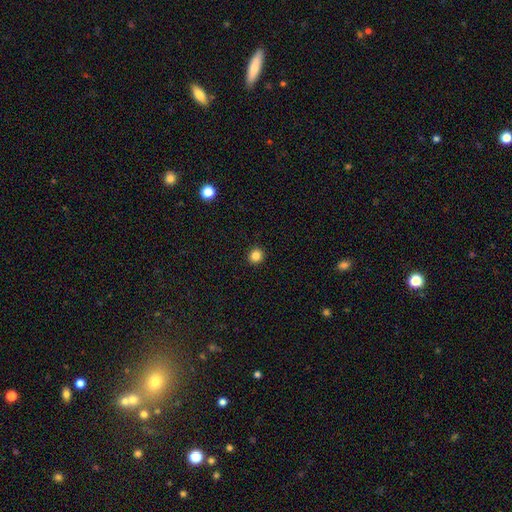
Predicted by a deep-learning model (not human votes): Q: Smooth or featured?
A: smooth (85%); runner-up: star or artifact (12%)
Q: How rounded?
A: round (93%); runner-up: in between (7%)
Q: Merging?
A: none (93%); runner-up: minor disturbance (4%)